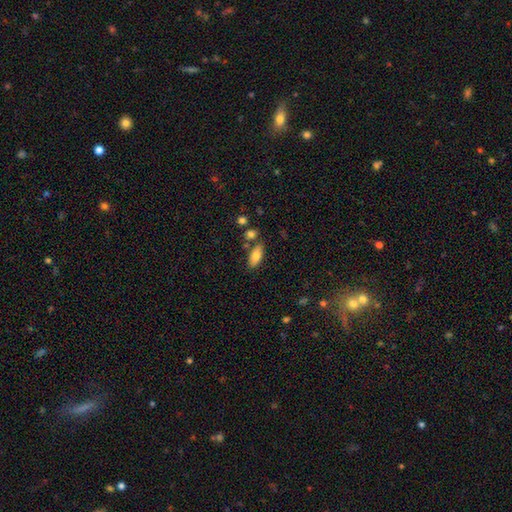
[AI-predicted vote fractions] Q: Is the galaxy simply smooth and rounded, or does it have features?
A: smooth — 81%.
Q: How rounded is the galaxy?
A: in between — 84%.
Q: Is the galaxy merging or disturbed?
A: none — 75%.